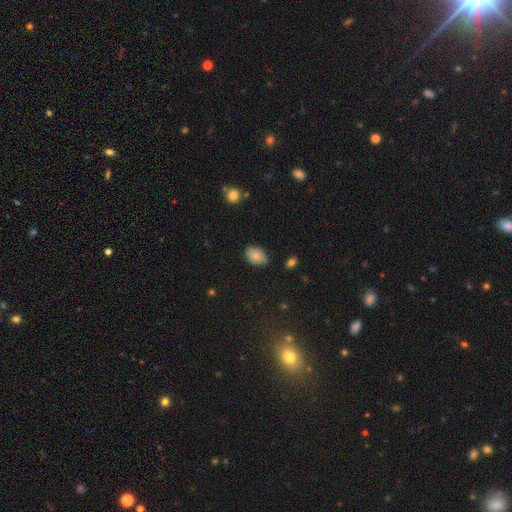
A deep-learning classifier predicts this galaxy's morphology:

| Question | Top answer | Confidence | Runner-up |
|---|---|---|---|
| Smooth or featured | smooth | 83% | featured or disk (9%) |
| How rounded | in between | 86% | round (13%) |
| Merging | none | 80% | minor disturbance (16%) |